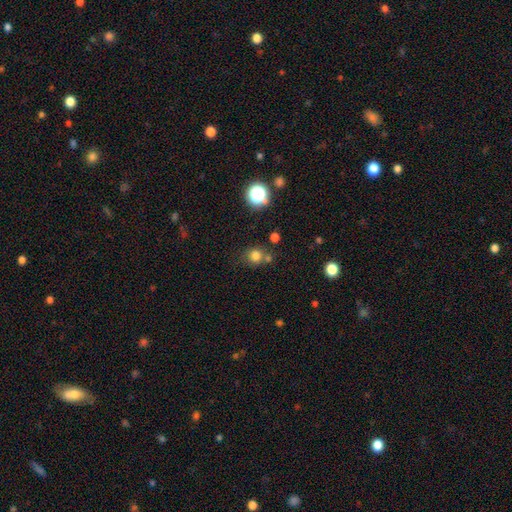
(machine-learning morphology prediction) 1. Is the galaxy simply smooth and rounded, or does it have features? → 76% smooth, 17% star or artifact, 7% featured or disk.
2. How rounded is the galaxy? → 86% round, 13% in between, 1% cigar-shaped.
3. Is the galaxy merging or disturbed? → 66% none, 17% merger, 12% minor disturbance, 5% major disturbance.